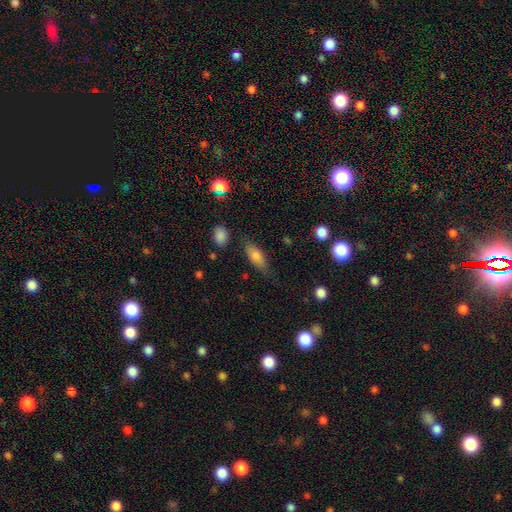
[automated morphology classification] Smooth or featured?
  - smooth: 75% *
  - featured or disk: 17%
  - star or artifact: 8%
How rounded?
  - in between: 72% *
  - cigar-shaped: 25%
  - round: 4%
Merging?
  - none: 74% *
  - minor disturbance: 18%
  - major disturbance: 5%
  - merger: 3%